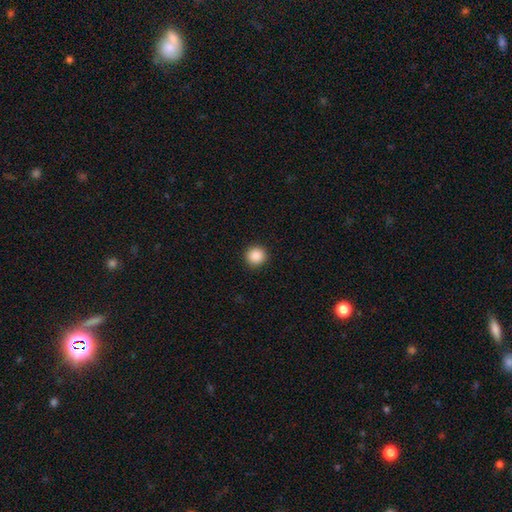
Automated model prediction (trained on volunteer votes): A smooth galaxy with no disk features (88%) that is round (94%).

Vote fractions:
- Smooth or featured? smooth: 88% / star or artifact: 9% / featured or disk: 3%
- How rounded? round: 94% / in between: 5% / cigar-shaped: 1%
- Merging? none: 92% / minor disturbance: 5% / major disturbance: 2% / merger: 1%